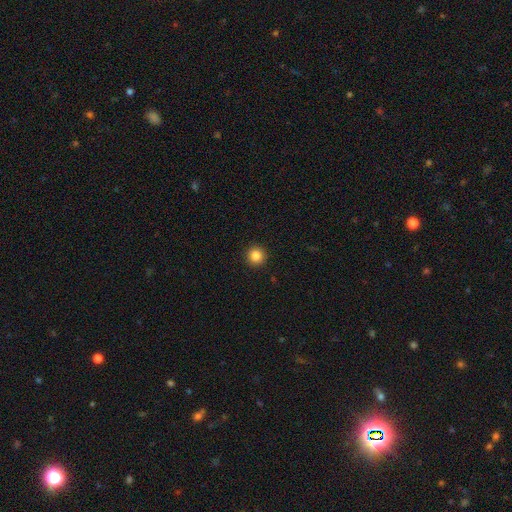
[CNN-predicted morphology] This appears to be a smooth galaxy with no disk features (85%) that is round (96%). Merging: none (93%).